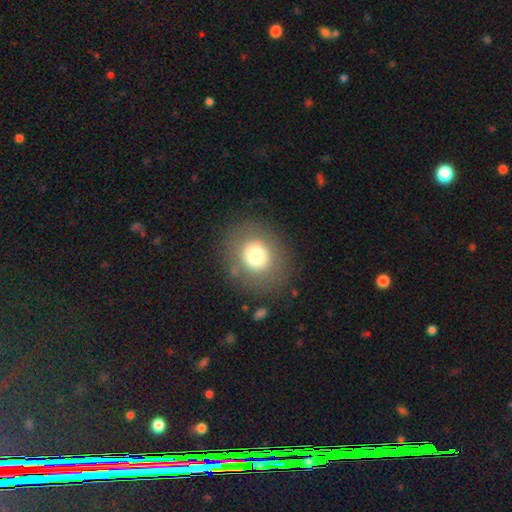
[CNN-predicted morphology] Smooth or featured: smooth — 73% (featured or disk — 16%)
How rounded: round — 75% (in between — 24%)
Merging: none — 83% (minor disturbance — 9%)